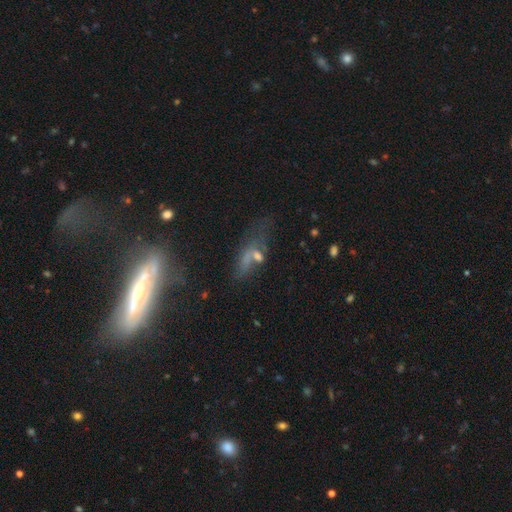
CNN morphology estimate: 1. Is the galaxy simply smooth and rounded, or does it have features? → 41% smooth, 32% featured or disk, 26% star or artifact.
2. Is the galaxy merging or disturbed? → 39% none, 25% major disturbance, 21% minor disturbance, 15% merger.